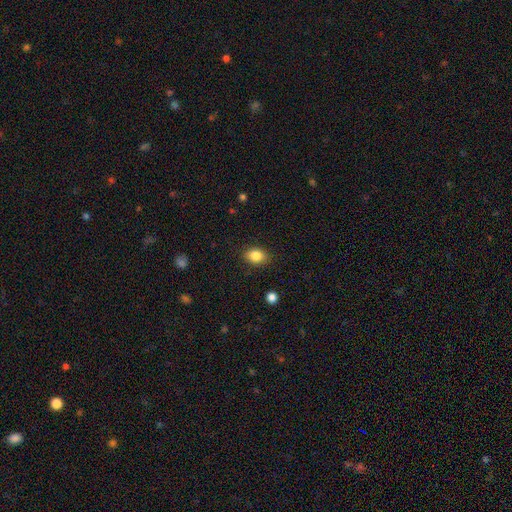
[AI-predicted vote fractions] A smooth galaxy with no disk features (85%) that is in between round and cigar-shaped (66%).

Vote fractions:
- Smooth or featured? smooth: 85% / star or artifact: 9% / featured or disk: 6%
- How rounded? in between: 66% / round: 32% / cigar-shaped: 1%
- Merging? none: 86% / minor disturbance: 10% / major disturbance: 3% / merger: 1%